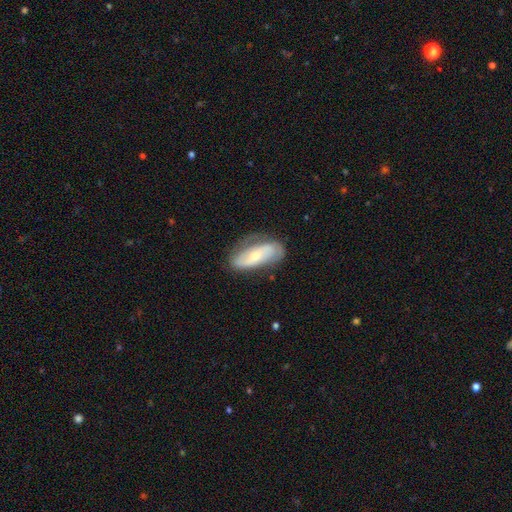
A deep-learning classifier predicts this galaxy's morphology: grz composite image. It shows a featured or disk galaxy (59%) with no bar (53%), spiral arms (73%) and a small central bulge (48%). Merging: none (65%).